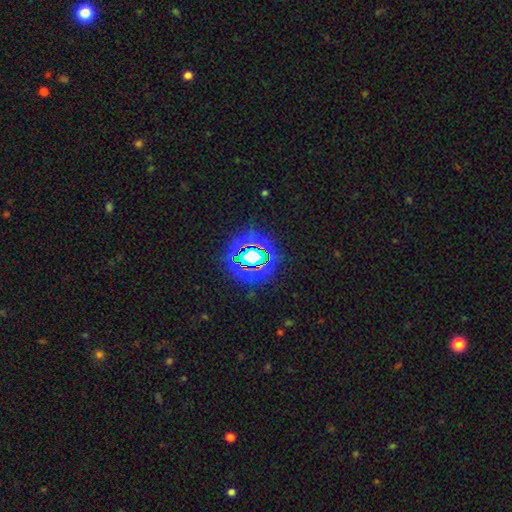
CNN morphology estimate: star or artifact 73%, smooth 17%, featured or disk 10%.